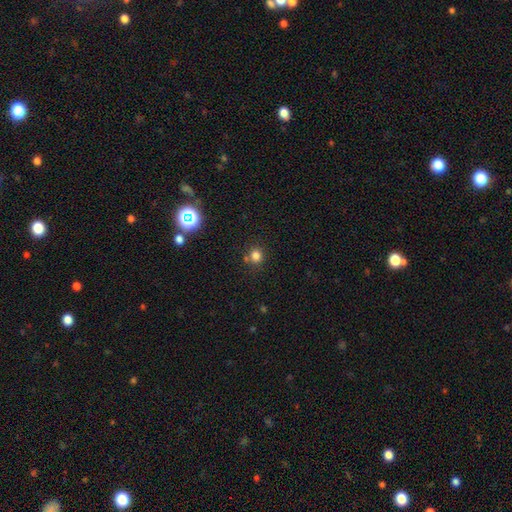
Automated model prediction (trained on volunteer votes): This is likely a smooth galaxy (77%). How rounded: clearly round (86%). Merging: likely none (73%).